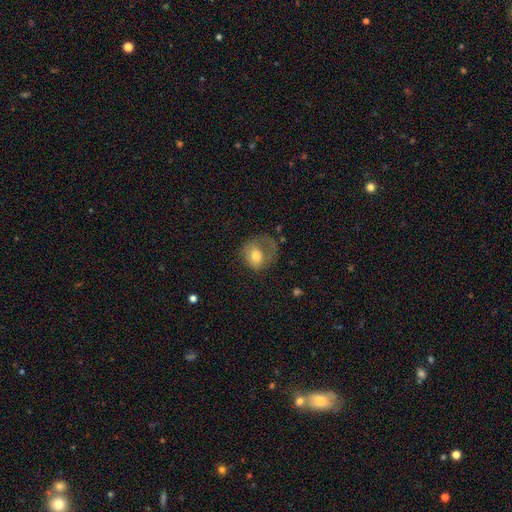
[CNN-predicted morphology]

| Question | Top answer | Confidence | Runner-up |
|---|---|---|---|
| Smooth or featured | smooth | 63% | featured or disk (28%) |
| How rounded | round | 63% | in between (36%) |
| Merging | major disturbance | 38% | none (35%) |